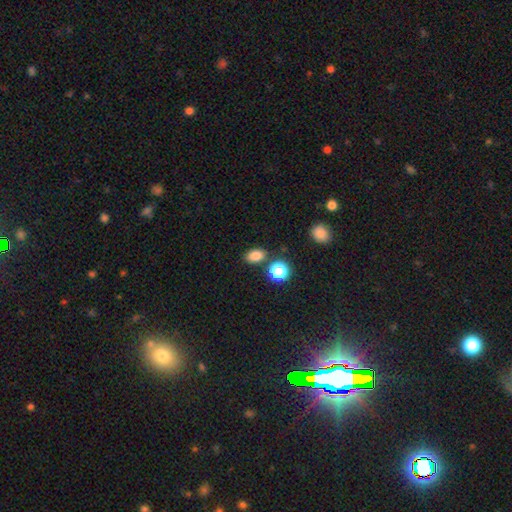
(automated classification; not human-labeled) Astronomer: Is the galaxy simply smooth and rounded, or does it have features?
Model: smooth — 82%.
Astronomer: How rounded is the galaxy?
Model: in between — 80%.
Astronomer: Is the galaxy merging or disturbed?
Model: none — 78%.